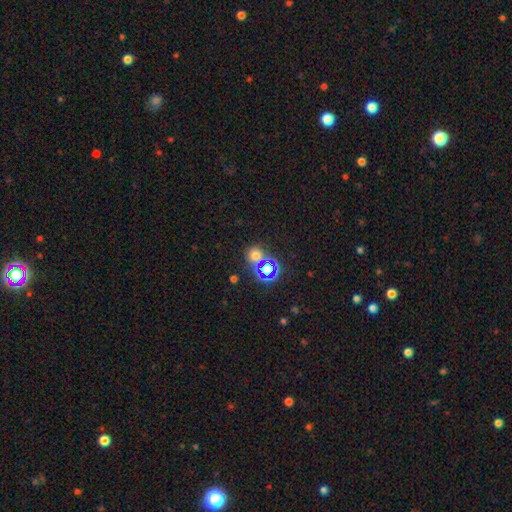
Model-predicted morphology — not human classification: Smooth or featured: smooth — 55% (star or artifact — 37%)
How rounded: round — 82% (in between — 17%)
Merging: none — 67% (merger — 19%)